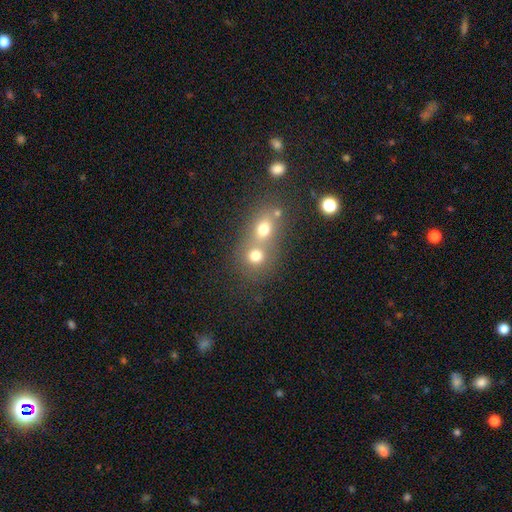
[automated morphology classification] This appears to be a smooth galaxy with no disk features (72%) that is round (76%). Merging: merger (54%).